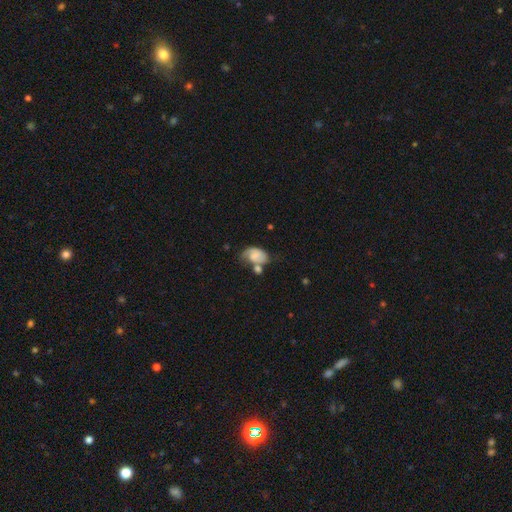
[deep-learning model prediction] smooth 58%, featured or disk 33%, star or artifact 9%. Down the decision tree: how rounded — in between (82%); merging — none (28%).